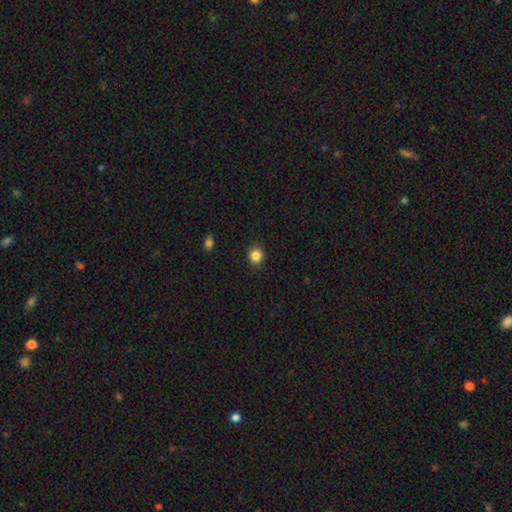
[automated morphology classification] A smooth galaxy with no disk features (85%) that is round (85%).

Vote fractions:
- Smooth or featured? smooth: 85% / star or artifact: 11% / featured or disk: 4%
- How rounded? round: 85% / in between: 14% / cigar-shaped: 1%
- Merging? none: 89% / minor disturbance: 8% / major disturbance: 2% / merger: 1%